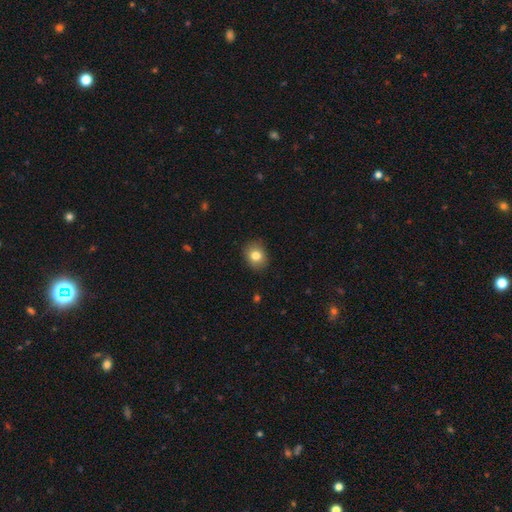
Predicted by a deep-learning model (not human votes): Q: Smooth or featured?
A: smooth (81%); runner-up: star or artifact (10%)
Q: How rounded?
A: round (60%); runner-up: in between (39%)
Q: Merging?
A: none (88%); runner-up: minor disturbance (9%)